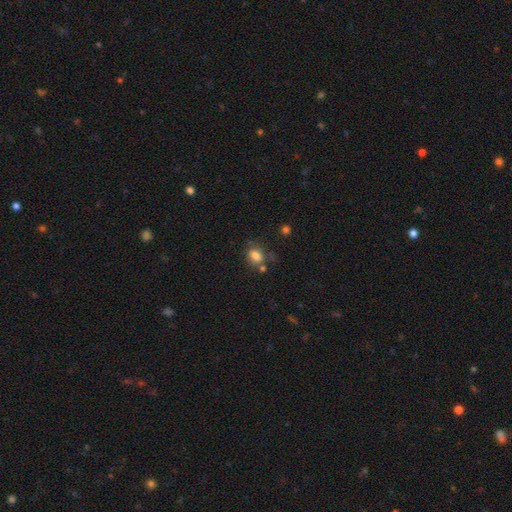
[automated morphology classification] This appears to be a smooth galaxy with no disk features (79%) that is in between round and cigar-shaped (60%). Merging: none (55%).